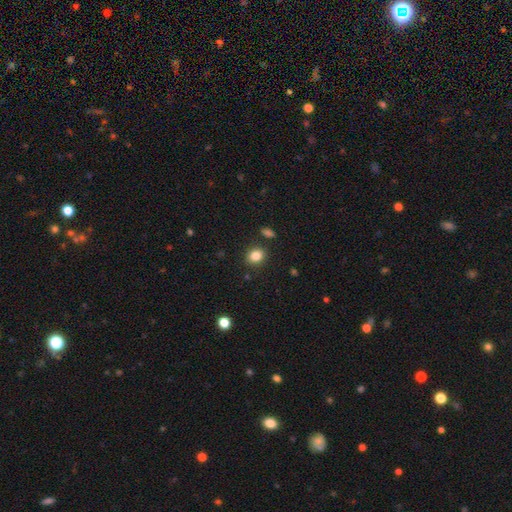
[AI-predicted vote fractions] Smooth or featured: smooth — 84% (star or artifact — 11%)
How rounded: round — 60% (in between — 39%)
Merging: none — 86% (minor disturbance — 8%)